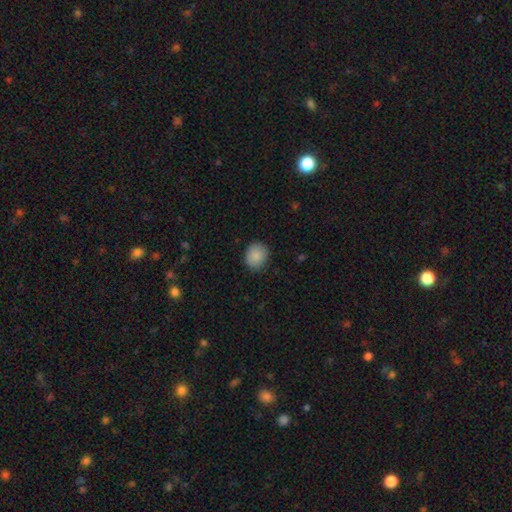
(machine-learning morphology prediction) Smooth or featured? smooth (88%)
How rounded? round (71%)
Merging? none (85%)